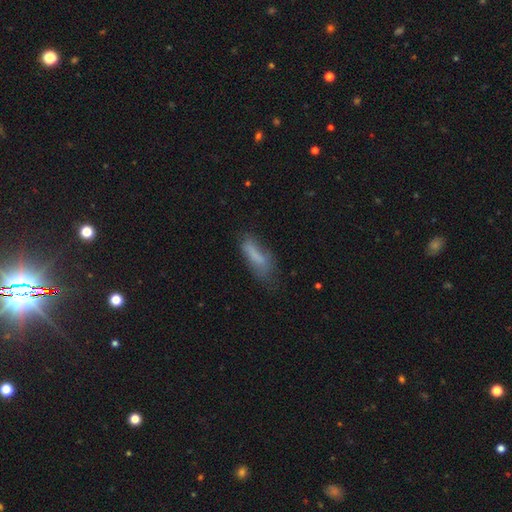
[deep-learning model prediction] smooth_or_featured: smooth (p=0.71) [alt: featured or disk p=0.19]
how_rounded: in between (p=0.51) [alt: cigar-shaped p=0.47]
merging: none (p=0.47) [alt: minor disturbance p=0.31]